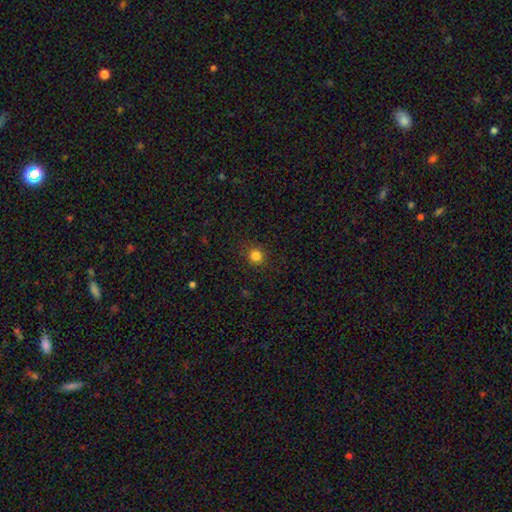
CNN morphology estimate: Smooth or featured?
  - smooth: 82% *
  - star or artifact: 13%
  - featured or disk: 4%
How rounded?
  - round: 90% *
  - in between: 9%
  - cigar-shaped: 1%
Merging?
  - none: 89% *
  - minor disturbance: 7%
  - major disturbance: 3%
  - merger: 1%